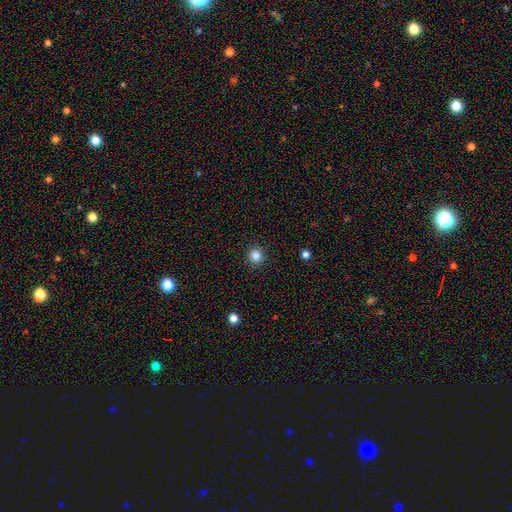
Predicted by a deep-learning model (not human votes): This is clearly a smooth galaxy (84%). How rounded: clearly round (95%). Merging: clearly none (92%).